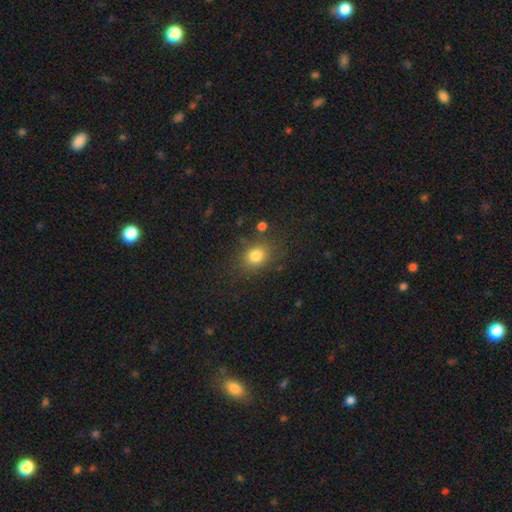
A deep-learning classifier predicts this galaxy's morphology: Smooth or featured: smooth — 81% (star or artifact — 12%)
How rounded: round — 53% (in between — 46%)
Merging: none — 77% (minor disturbance — 14%)